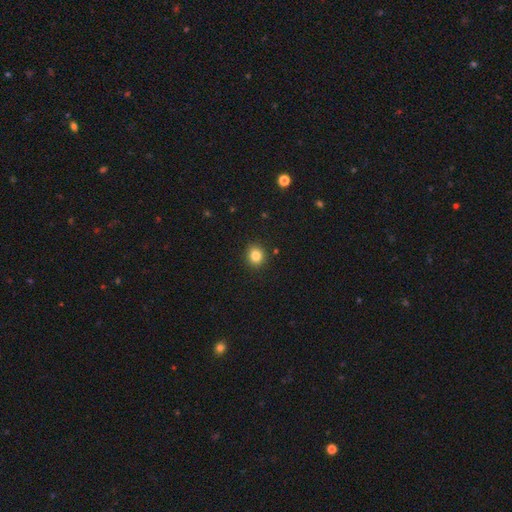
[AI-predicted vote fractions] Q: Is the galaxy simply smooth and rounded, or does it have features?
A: smooth — 84%.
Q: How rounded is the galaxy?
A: round — 81%.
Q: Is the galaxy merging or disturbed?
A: none — 91%.